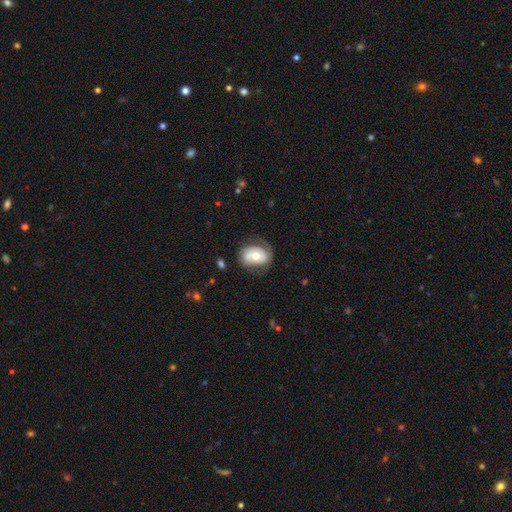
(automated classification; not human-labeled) Morphology: type=smooth (50%); merging=none (59%).